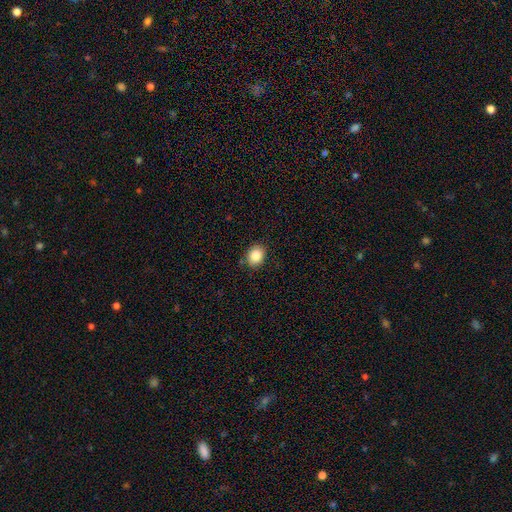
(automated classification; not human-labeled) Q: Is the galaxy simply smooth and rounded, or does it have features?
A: smooth — 85%.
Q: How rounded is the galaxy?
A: round — 54%.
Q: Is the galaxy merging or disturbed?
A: none — 86%.